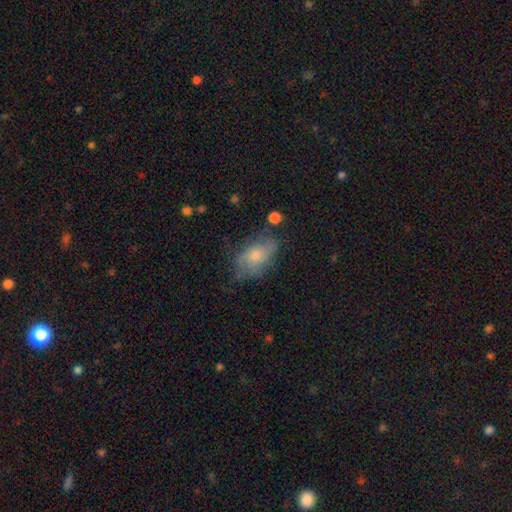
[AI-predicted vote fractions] Smooth or featured: smooth — 63% (featured or disk — 29%)
How rounded: in between — 89% (round — 8%)
Merging: none — 55% (minor disturbance — 29%)